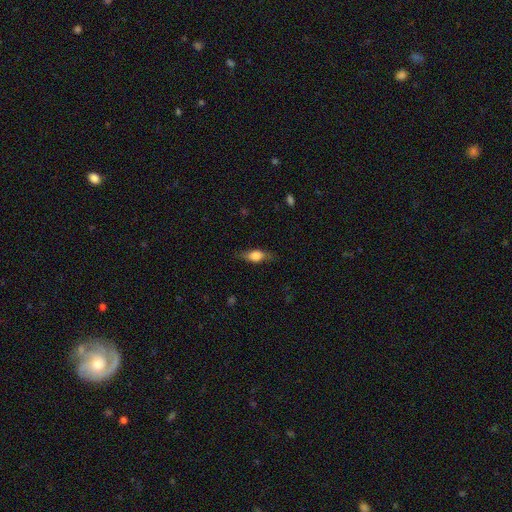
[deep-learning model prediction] This appears to be a smooth galaxy with no disk features (65%) that is in between round and cigar-shaped (72%). Merging: none (75%).